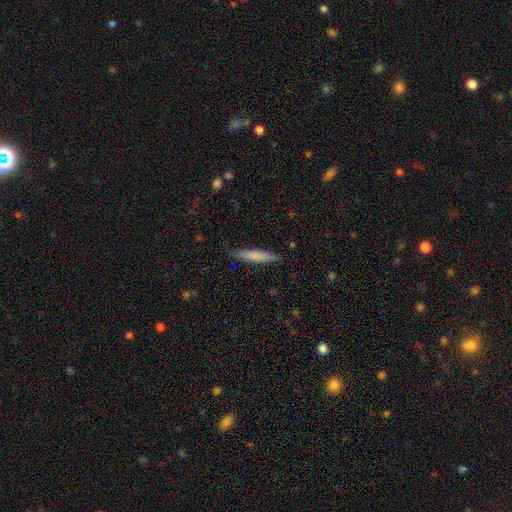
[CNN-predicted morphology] type=smooth (75%); roundness=cigar-shaped (89%); merging=none (83%).